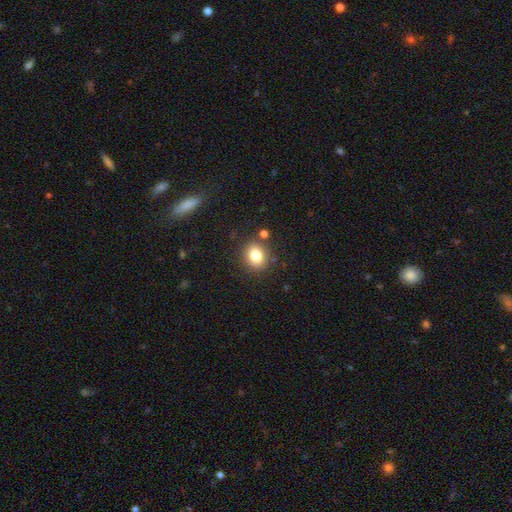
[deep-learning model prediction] smooth 79%, star or artifact 13%, featured or disk 8%. Down the decision tree: how rounded — round (63%); merging — none (85%).